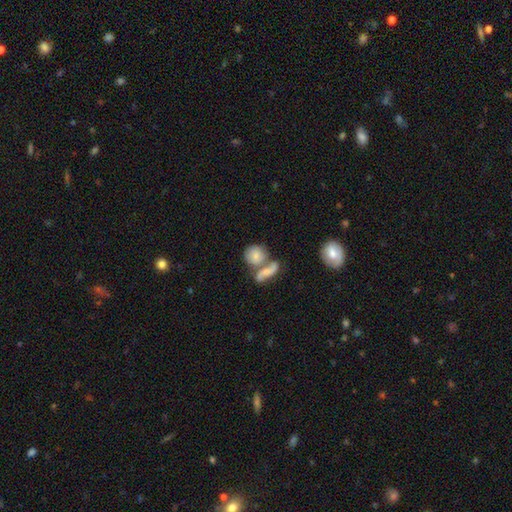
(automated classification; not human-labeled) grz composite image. It shows a smooth galaxy with no disk features (66%) that is round (67%). Merging: merger (50%).